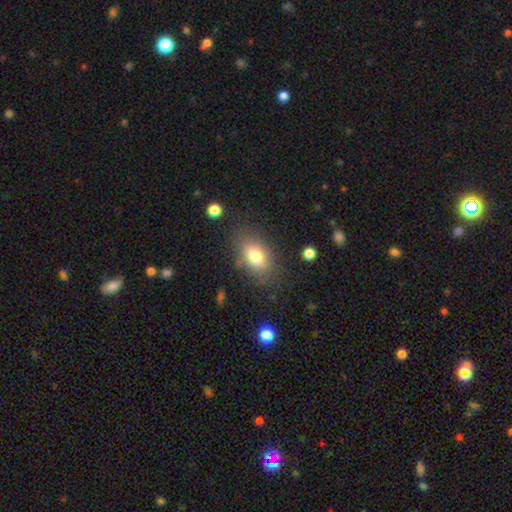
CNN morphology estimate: This is likely a smooth galaxy (75%). How rounded: clearly in between (84%). Merging: likely none (75%).